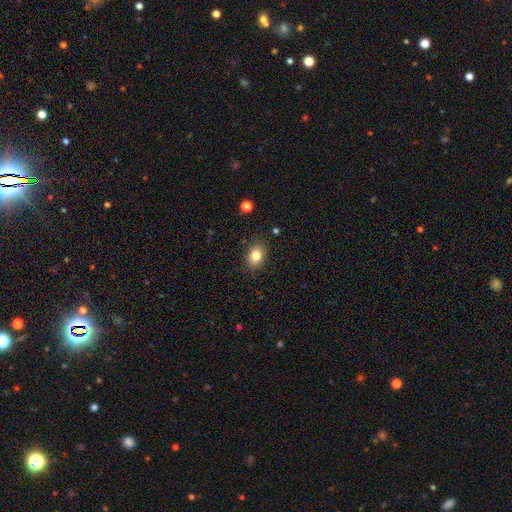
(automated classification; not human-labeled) Smooth or featured? smooth (82%)
How rounded? in between (68%)
Merging? none (86%)